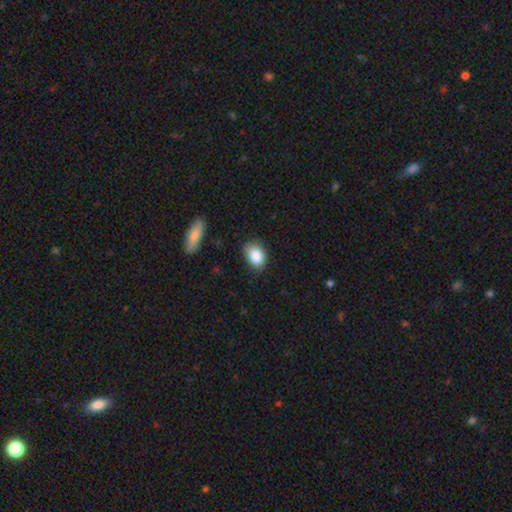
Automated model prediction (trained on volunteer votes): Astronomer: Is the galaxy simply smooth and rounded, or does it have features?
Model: smooth — 86%.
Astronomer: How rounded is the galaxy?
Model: in between — 78%.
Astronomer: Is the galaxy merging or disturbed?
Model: none — 75%.